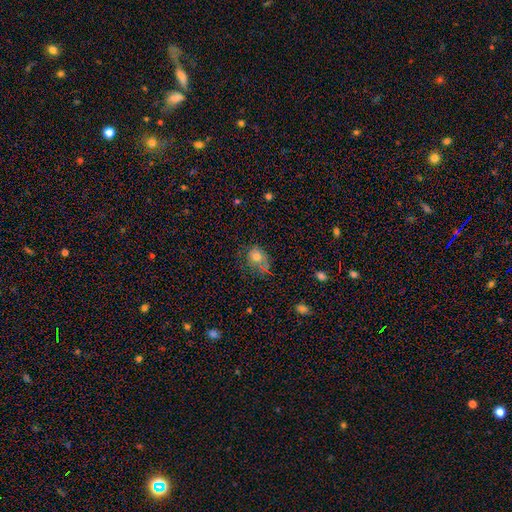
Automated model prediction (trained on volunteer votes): This is likely a smooth galaxy (65%). How rounded: possibly in between (58%). Merging: marginally none (42%).